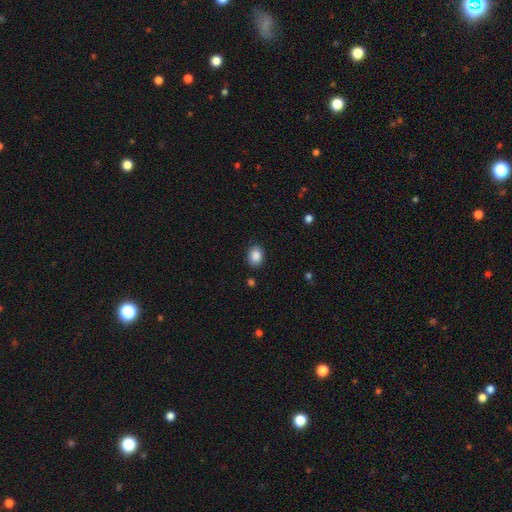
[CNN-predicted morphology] This appears to be a smooth galaxy with no disk features (88%) that is in between round and cigar-shaped (56%). Merging: none (86%).